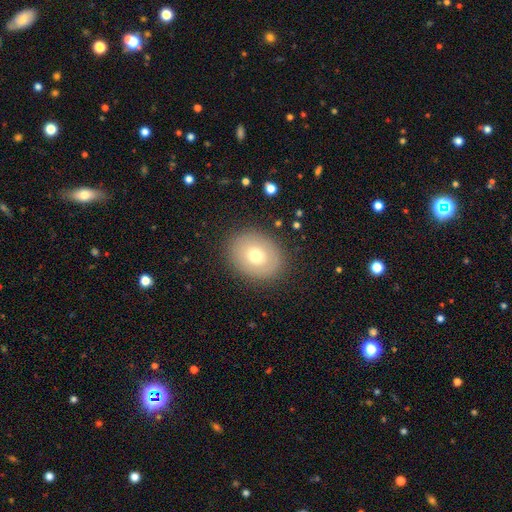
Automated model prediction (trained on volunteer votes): Overall: smooth (67%). How rounded: round (56%; in between 43%). Merging: none (86%).